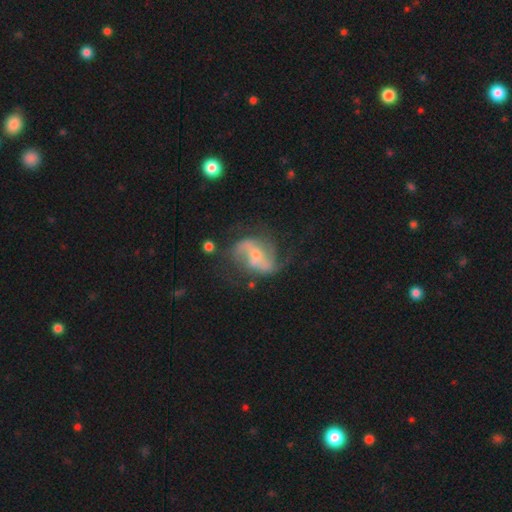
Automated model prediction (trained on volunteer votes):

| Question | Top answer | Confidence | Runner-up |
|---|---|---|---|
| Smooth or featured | featured or disk | 80% | smooth (13%) |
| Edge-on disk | no | 96% | yes (4%) |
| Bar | weak | 39% | strong (33%) |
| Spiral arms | yes | 89% | no (11%) |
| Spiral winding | loose | 57% | medium (33%) |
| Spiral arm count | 2 | 81% | can't tell (7%) |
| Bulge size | small | 50% | moderate (34%) |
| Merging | none | 53% | major disturbance (21%) |